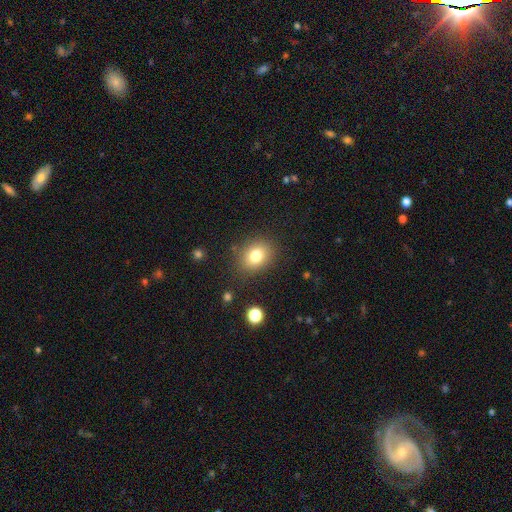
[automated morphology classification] Smooth or featured: smooth — 78% (star or artifact — 12%)
How rounded: round — 55% (in between — 44%)
Merging: none — 84% (minor disturbance — 11%)